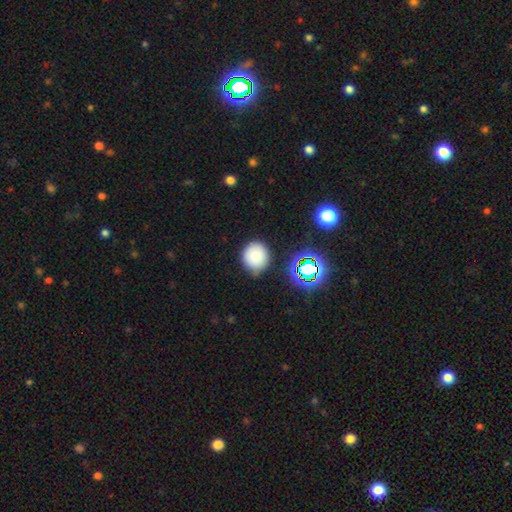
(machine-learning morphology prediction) Smooth or featured: smooth — 79% (star or artifact — 14%)
How rounded: round — 88% (in between — 11%)
Merging: none — 77% (minor disturbance — 16%)